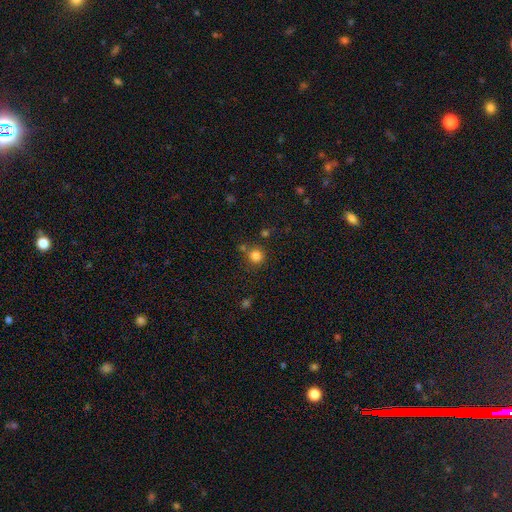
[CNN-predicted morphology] smooth-or-featured: smooth: 82% | star or artifact: 13% | featured or disk: 5%
  how-rounded: round: 91% | in between: 8% | cigar-shaped: 1%
  merging: none: 74% | merger: 11% | minor disturbance: 10% | major disturbance: 4%